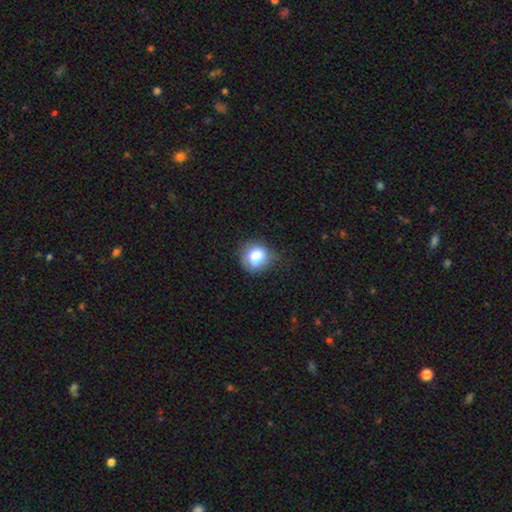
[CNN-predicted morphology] A smooth galaxy with no disk features (78%) that is round (80%). Merging: none (61%).